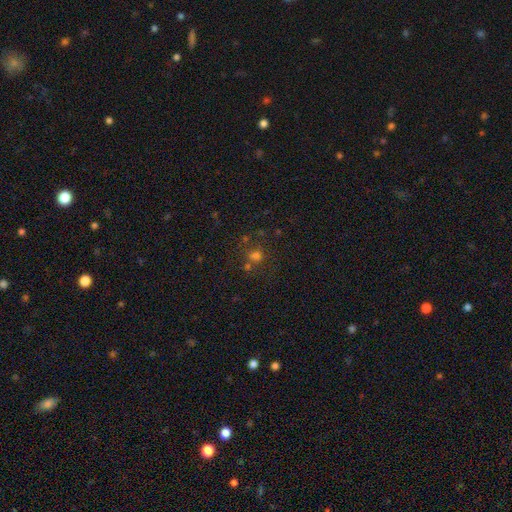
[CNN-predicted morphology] Smooth or featured? Predicted: smooth (p=0.59). How rounded? Predicted: round (p=0.78). Merging? Predicted: none (p=0.61).